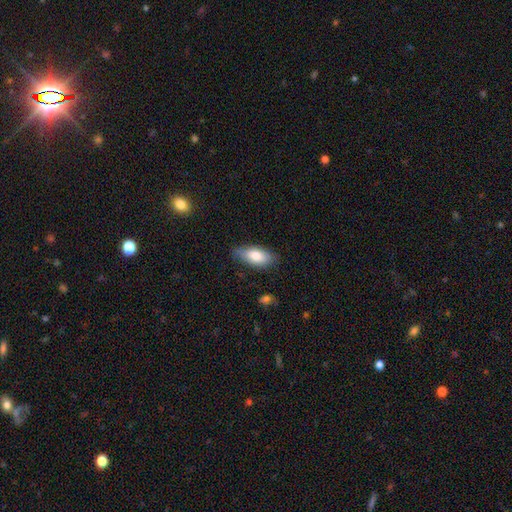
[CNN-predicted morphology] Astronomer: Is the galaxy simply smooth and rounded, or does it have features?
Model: smooth — 79%.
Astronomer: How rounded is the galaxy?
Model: in between — 84%.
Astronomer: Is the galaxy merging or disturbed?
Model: none — 76%.